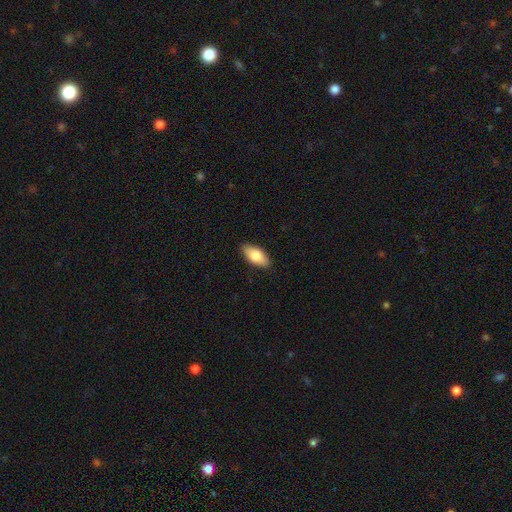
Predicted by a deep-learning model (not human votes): The model was most divided on "smooth or featured": smooth: 81%, featured or disk: 13%, star or artifact: 6%. More confident: how rounded — in between (89%); merging — none (88%).